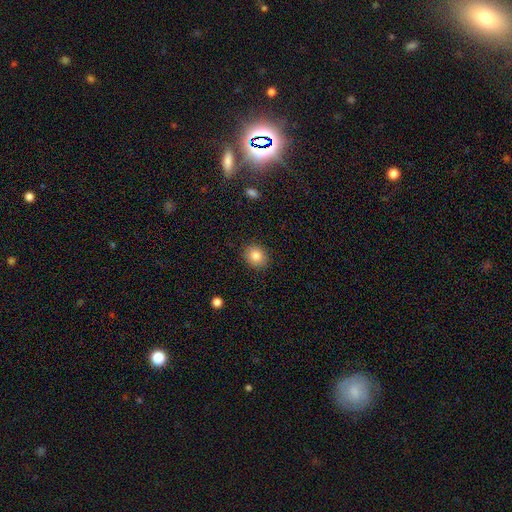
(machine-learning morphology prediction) The model was most divided on "how rounded": round: 71%, in between: 28%, cigar-shaped: 1%. More confident: merging — none (89%); smooth or featured — smooth (84%).